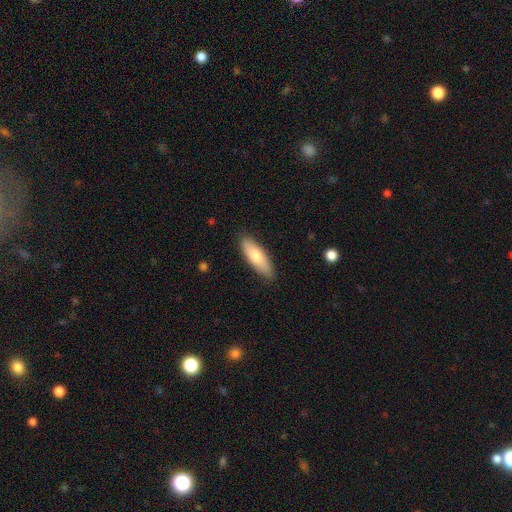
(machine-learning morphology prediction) smooth 77%, featured or disk 18%, star or artifact 5%. Down the decision tree: how rounded — in between (59%); merging — none (85%).